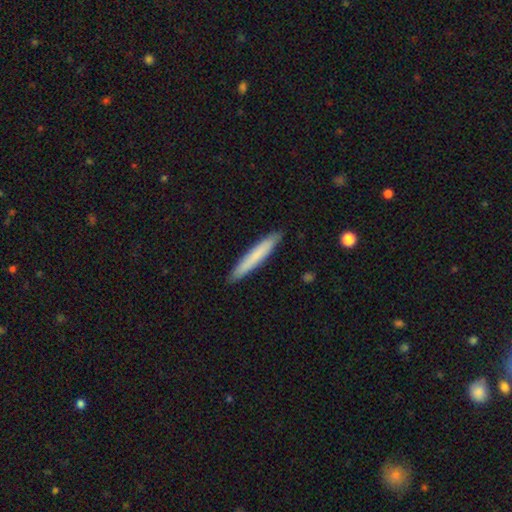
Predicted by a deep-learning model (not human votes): Morphology: type=smooth (74%); roundness=cigar-shaped (95%); merging=none (90%).